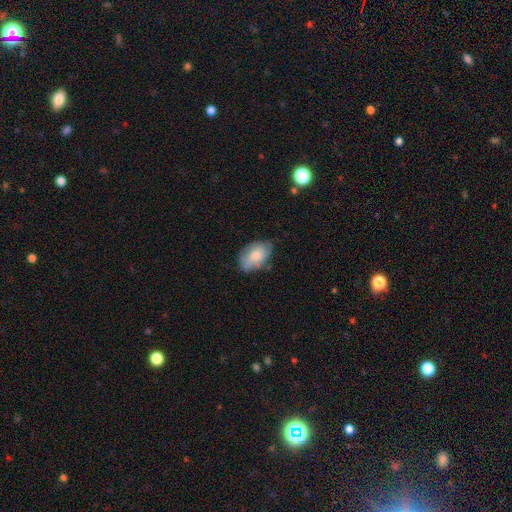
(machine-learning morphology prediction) The model was most divided on "merging": none: 58%, minor disturbance: 31%, major disturbance: 8%, merger: 2%. More confident: how rounded — in between (90%); smooth or featured — smooth (67%).